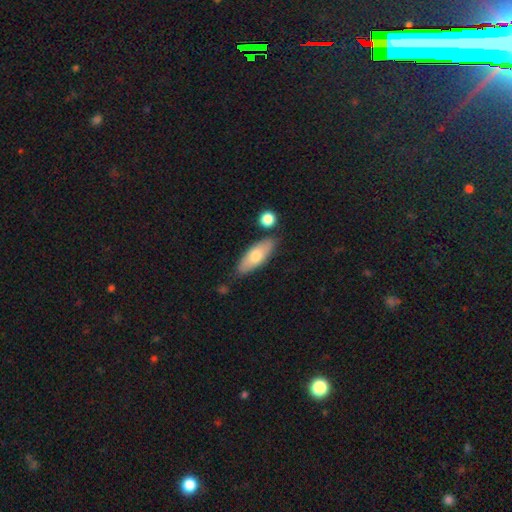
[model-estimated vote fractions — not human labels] Q: Smooth or featured?
A: smooth (67%); runner-up: featured or disk (27%)
Q: How rounded?
A: in between (70%); runner-up: cigar-shaped (28%)
Q: Merging?
A: none (78%); runner-up: minor disturbance (14%)